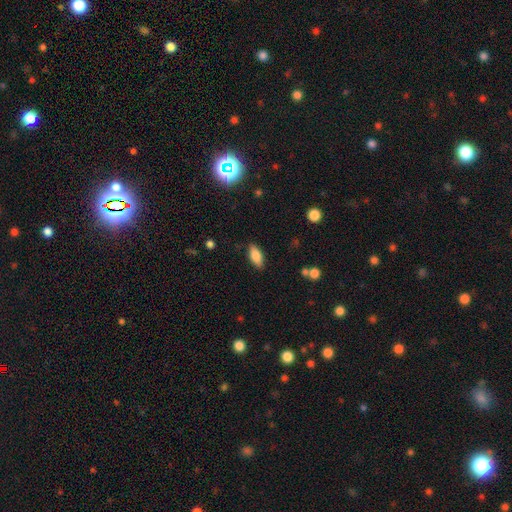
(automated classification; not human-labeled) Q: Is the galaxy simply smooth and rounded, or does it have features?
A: smooth — 82%.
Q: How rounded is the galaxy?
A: in between — 84%.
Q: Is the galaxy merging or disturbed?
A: none — 85%.